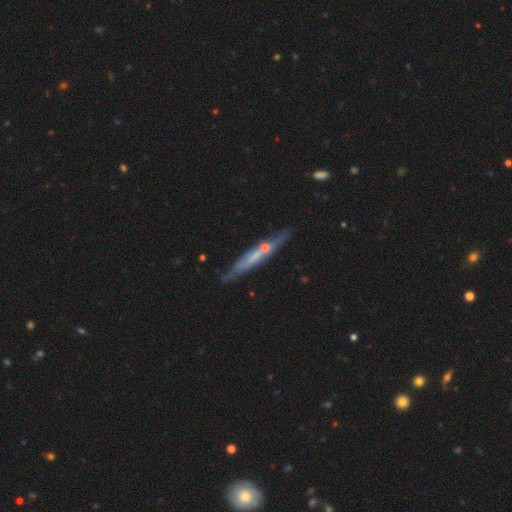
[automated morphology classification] Smooth or featured? Predicted: featured or disk (p=0.59). Edge-on disk? Predicted: yes (p=0.87). Edge-on bulge? Predicted: none (p=0.56). Merging? Predicted: none (p=0.73).